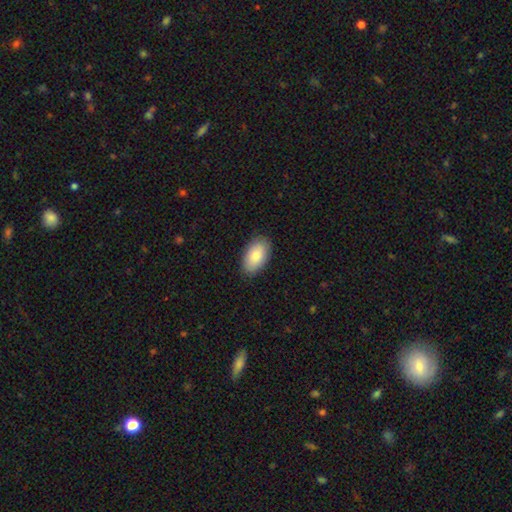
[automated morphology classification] Smooth or featured?
  - smooth: 84% *
  - featured or disk: 10%
  - star or artifact: 6%
How rounded?
  - in between: 95% *
  - round: 4%
  - cigar-shaped: 1%
Merging?
  - none: 86% *
  - minor disturbance: 10%
  - major disturbance: 2%
  - merger: 1%